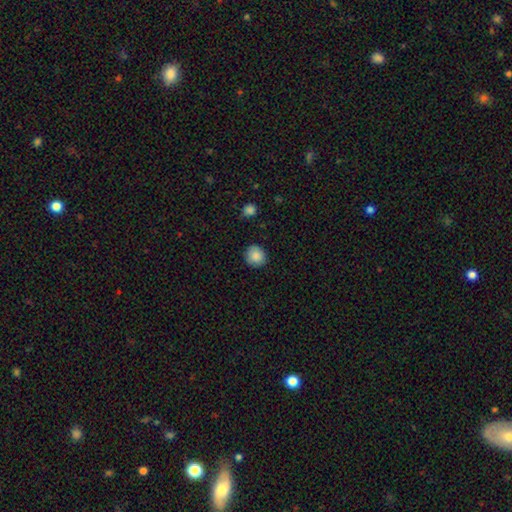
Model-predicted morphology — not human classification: smooth 87%, star or artifact 8%, featured or disk 5%. Down the decision tree: how rounded — round (89%); merging — none (87%).